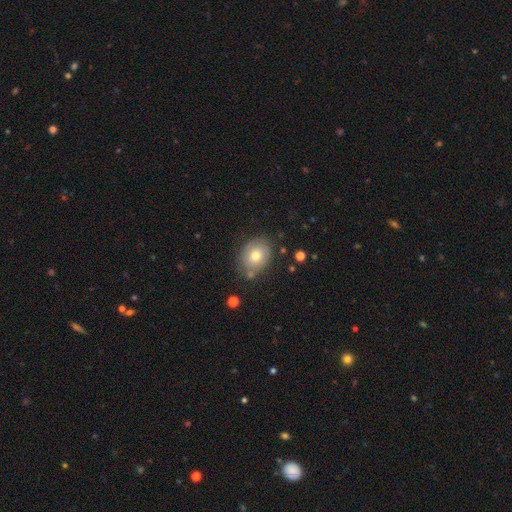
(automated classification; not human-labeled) smooth_or_featured: smooth (p=0.67) [alt: featured or disk p=0.22]
how_rounded: round (p=0.54) [alt: in between p=0.45]
merging: none (p=0.75) [alt: minor disturbance p=0.16]